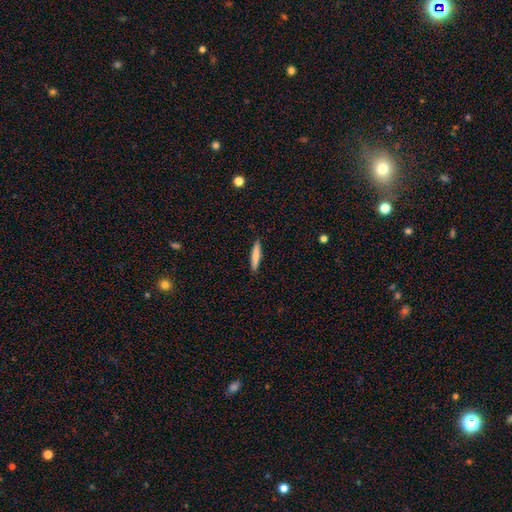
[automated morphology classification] smooth 71%, featured or disk 23%, star or artifact 6%. Down the decision tree: how rounded — cigar-shaped (89%); merging — none (90%).